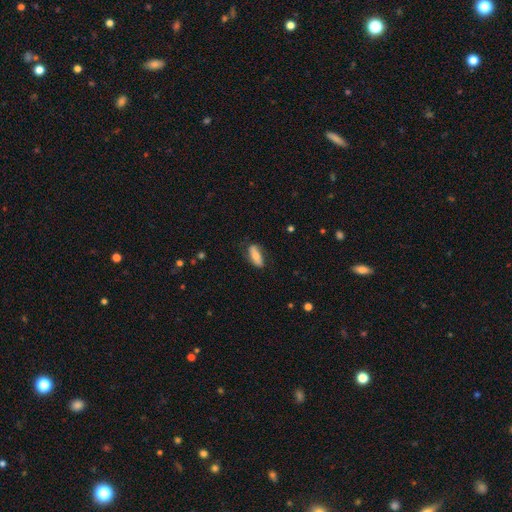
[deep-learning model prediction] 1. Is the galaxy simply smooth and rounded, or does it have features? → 69% smooth, 25% featured or disk, 6% star or artifact.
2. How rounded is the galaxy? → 69% in between, 28% cigar-shaped, 3% round.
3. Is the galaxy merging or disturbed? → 75% none, 19% minor disturbance, 5% major disturbance, 1% merger.